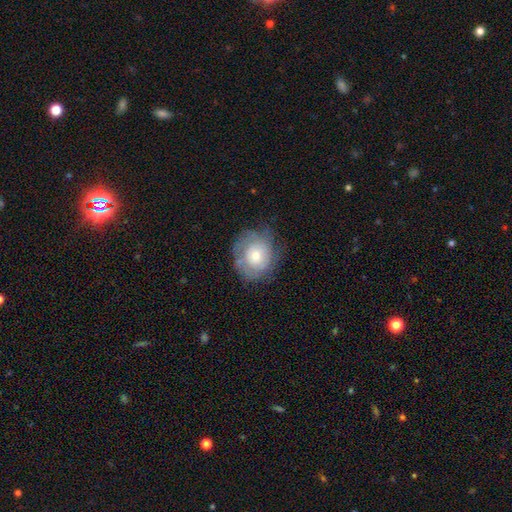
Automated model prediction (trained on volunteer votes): Smooth or featured: smooth — 48% (featured or disk — 44%)
Merging: none — 67% (minor disturbance — 21%)